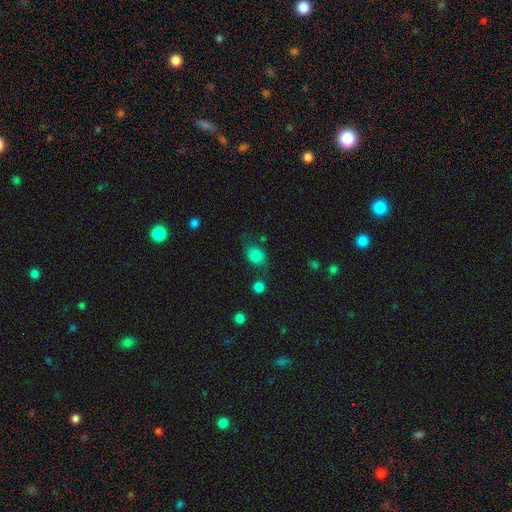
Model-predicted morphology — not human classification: Smooth or featured: smooth — 83% (star or artifact — 11%)
How rounded: in between — 57% (round — 42%)
Merging: none — 63% (minor disturbance — 22%)